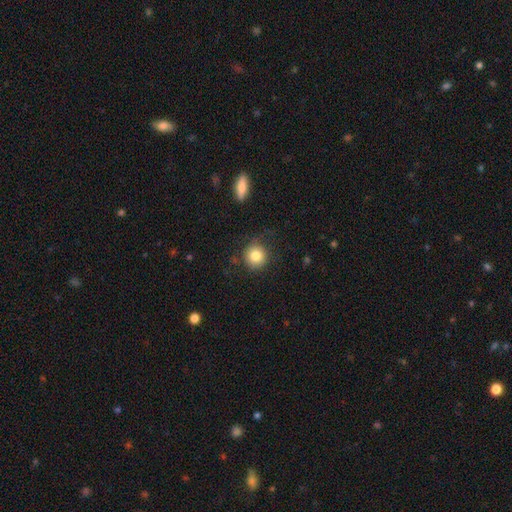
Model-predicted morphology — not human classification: Overall: smooth (82%). How rounded: round (92%). Merging: none (79%).